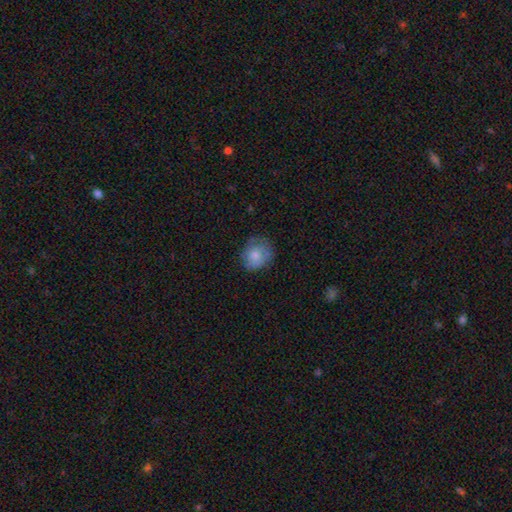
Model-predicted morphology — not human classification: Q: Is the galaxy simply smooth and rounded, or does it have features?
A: smooth — 74%.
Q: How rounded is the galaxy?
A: round — 66%.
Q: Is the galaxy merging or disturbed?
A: none — 64%.